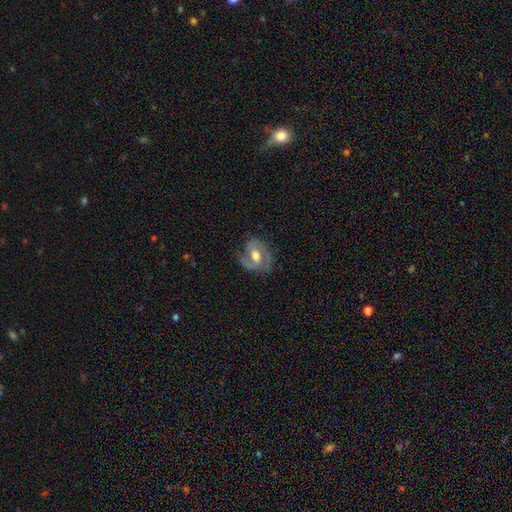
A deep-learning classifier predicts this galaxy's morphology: Smooth or featured? Predicted: featured or disk (p=0.76). Edge-on disk? Predicted: no (p=0.97). Bar? Predicted: weak (p=0.48). Spiral arms? Predicted: yes (p=0.89). Spiral winding? Predicted: medium (p=0.48). Spiral arm count? Predicted: 2 (p=0.81). Bulge size? Predicted: moderate (p=0.69). Merging? Predicted: none (p=0.70).